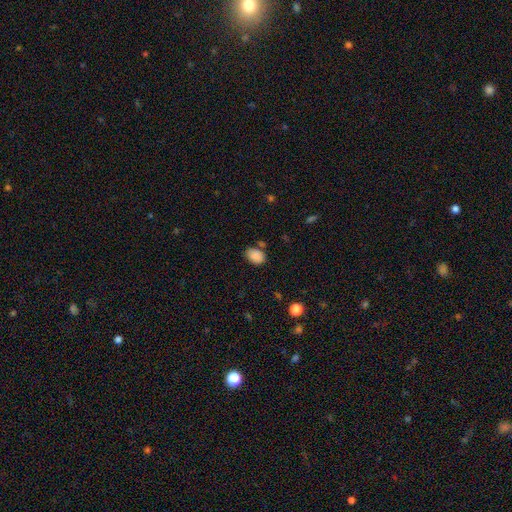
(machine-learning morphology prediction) Smooth or featured: smooth — 87% (star or artifact — 9%)
How rounded: in between — 78% (round — 21%)
Merging: none — 72% (minor disturbance — 17%)